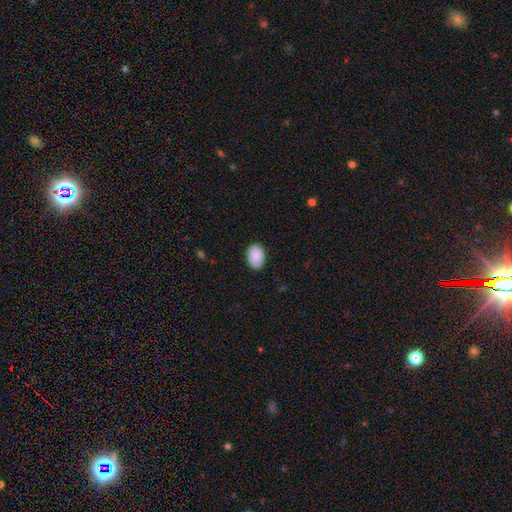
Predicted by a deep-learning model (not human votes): smooth_or_featured: smooth (p=0.88) [alt: star or artifact p=0.06]
how_rounded: in between (p=0.88) [alt: round p=0.11]
merging: none (p=0.87) [alt: minor disturbance p=0.10]